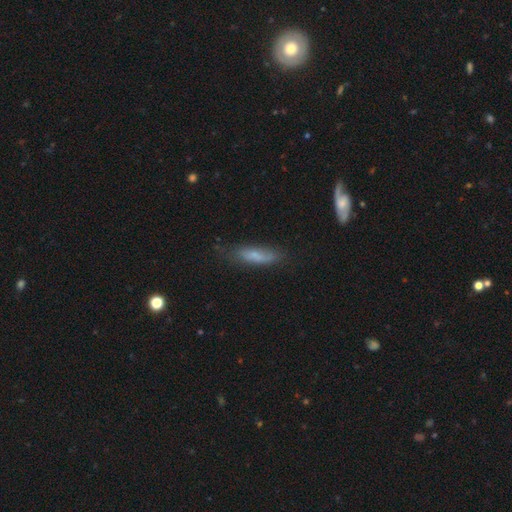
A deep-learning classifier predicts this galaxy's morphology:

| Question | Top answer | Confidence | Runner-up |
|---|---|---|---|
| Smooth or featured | smooth | 66% | featured or disk (25%) |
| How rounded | cigar-shaped | 62% | in between (36%) |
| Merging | none | 63% | minor disturbance (25%) |